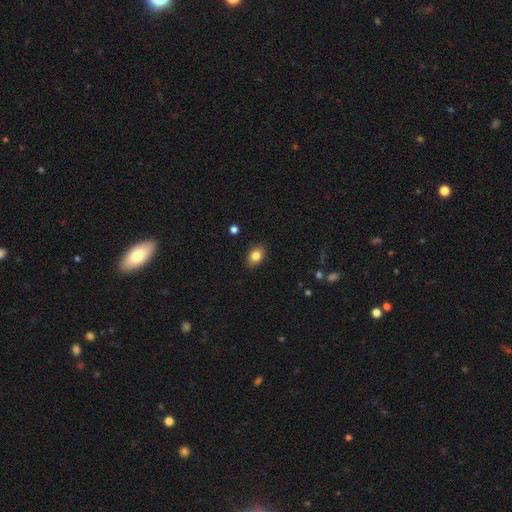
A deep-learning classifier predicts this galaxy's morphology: Smooth or featured? Predicted: smooth (p=0.83). How rounded? Predicted: in between (p=0.77). Merging? Predicted: none (p=0.87).